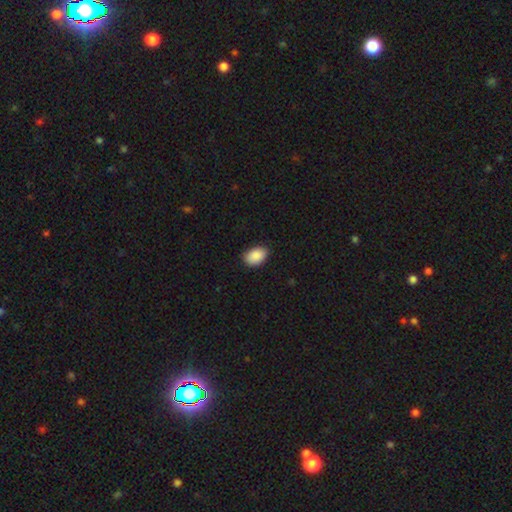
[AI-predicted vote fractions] This is clearly a smooth galaxy (90%). How rounded: clearly in between (89%). Merging: clearly none (84%).